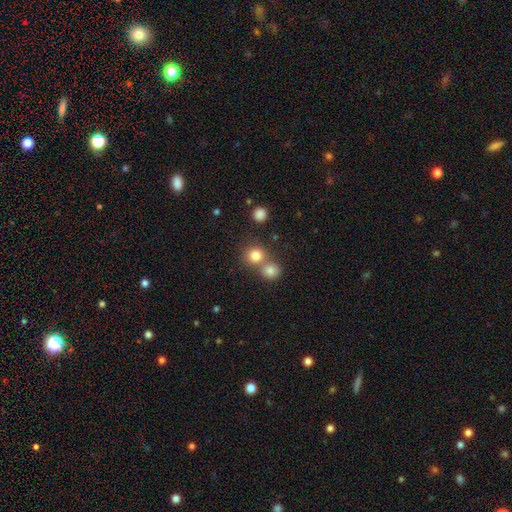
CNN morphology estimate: smooth_or_featured: smooth (p=0.80) [alt: star or artifact p=0.13]
how_rounded: round (p=0.89) [alt: in between p=0.10]
merging: none (p=0.56) [alt: merger p=0.34]